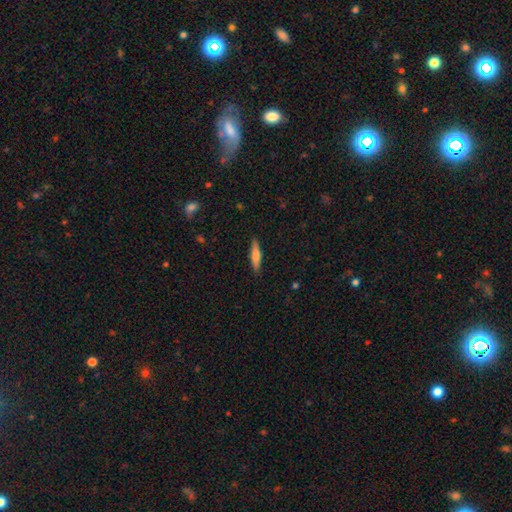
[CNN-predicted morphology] A smooth galaxy with no disk features (61%) that is cigar-shaped (82%). Merging: none (89%).